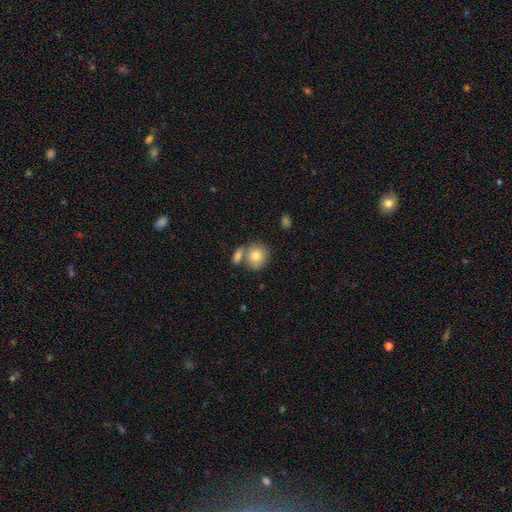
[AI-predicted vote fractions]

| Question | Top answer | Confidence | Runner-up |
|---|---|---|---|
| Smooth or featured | smooth | 78% | featured or disk (14%) |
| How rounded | round | 82% | in between (17%) |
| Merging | none | 55% | merger (30%) |